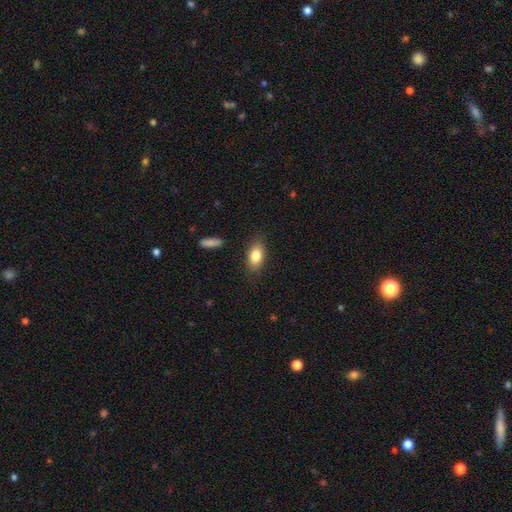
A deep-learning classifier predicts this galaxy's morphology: smooth-or-featured: smooth: 82% | featured or disk: 10% | star or artifact: 8%
  how-rounded: in between: 87% | round: 8% | cigar-shaped: 5%
  merging: none: 83% | minor disturbance: 12% | major disturbance: 3% | merger: 2%